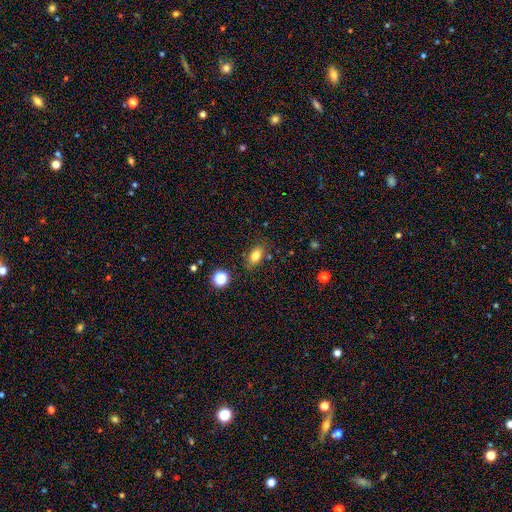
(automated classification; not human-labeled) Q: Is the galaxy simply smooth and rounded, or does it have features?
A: smooth — 80%.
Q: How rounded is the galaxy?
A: in between — 85%.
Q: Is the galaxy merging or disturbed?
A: none — 81%.